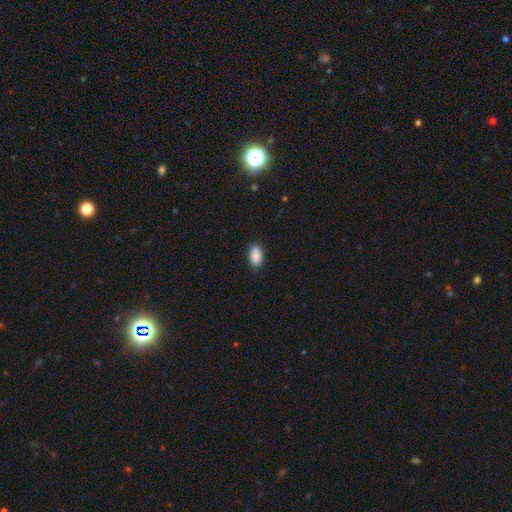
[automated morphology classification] Smooth or featured: smooth — 90% (star or artifact — 7%)
How rounded: in between — 93% (round — 4%)
Merging: none — 87% (minor disturbance — 10%)